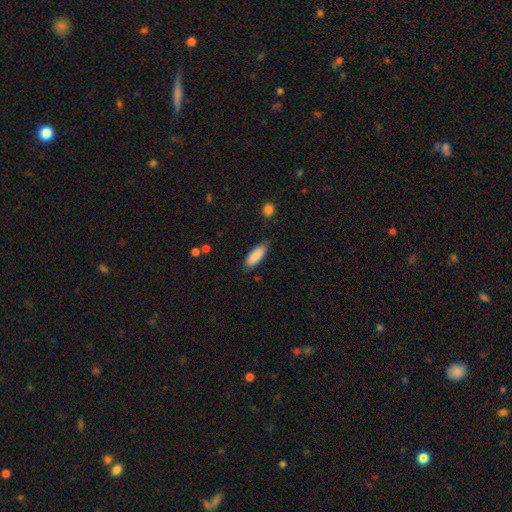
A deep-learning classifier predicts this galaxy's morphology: Smooth or featured?
  - smooth: 88% *
  - star or artifact: 6%
  - featured or disk: 6%
How rounded?
  - in between: 68% *
  - cigar-shaped: 31%
  - round: 2%
Merging?
  - none: 76% *
  - minor disturbance: 19%
  - major disturbance: 3%
  - merger: 2%